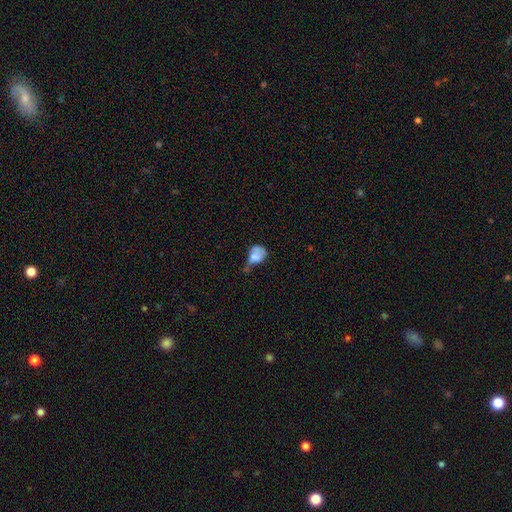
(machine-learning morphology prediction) This is likely a smooth galaxy (65%). How rounded: likely in between (65%). Merging: marginally major disturbance (32%).